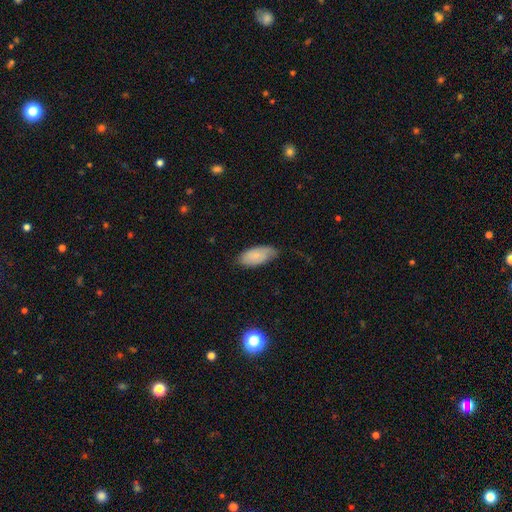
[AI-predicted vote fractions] A smooth galaxy with no disk features (79%) that is in between round and cigar-shaped (92%).

Vote fractions:
- Smooth or featured? smooth: 79% / featured or disk: 15% / star or artifact: 6%
- How rounded? in between: 92% / cigar-shaped: 6% / round: 2%
- Merging? none: 70% / minor disturbance: 25% / major disturbance: 4% / merger: 1%